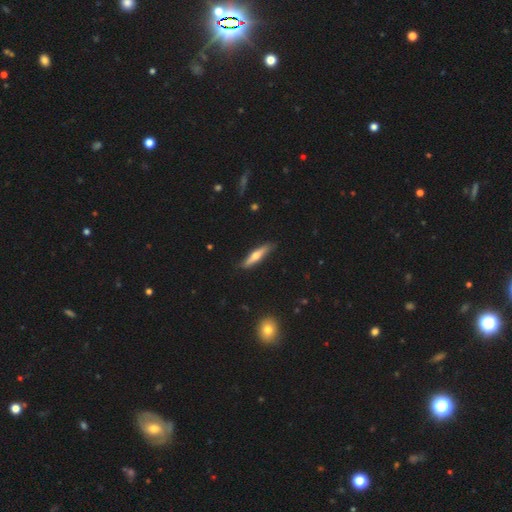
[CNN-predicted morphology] This appears to be a featured or disk galaxy (49%). Merging: none (86%).